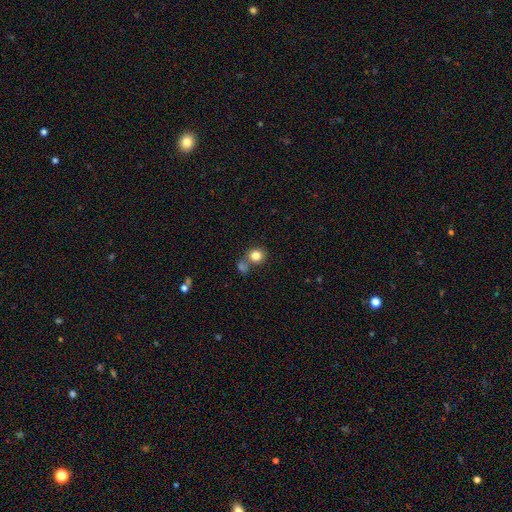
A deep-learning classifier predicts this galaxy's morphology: A smooth galaxy with no disk features (82%) that is round (84%).

Vote fractions:
- Smooth or featured? smooth: 82% / star or artifact: 11% / featured or disk: 7%
- How rounded? round: 84% / in between: 15% / cigar-shaped: 1%
- Merging? none: 57% / merger: 30% / minor disturbance: 9% / major disturbance: 4%